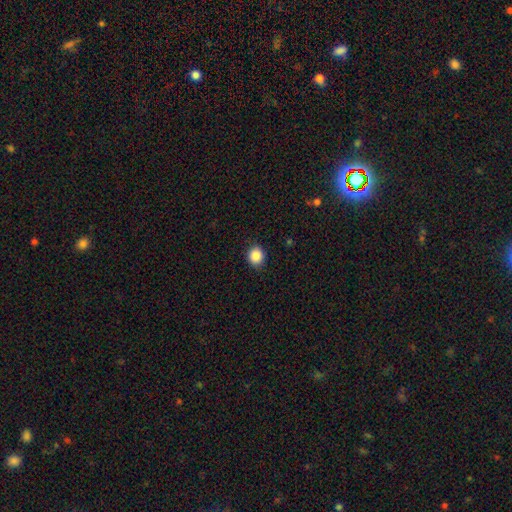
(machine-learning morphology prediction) Smooth or featured? smooth (88%)
How rounded? round (81%)
Merging? none (88%)